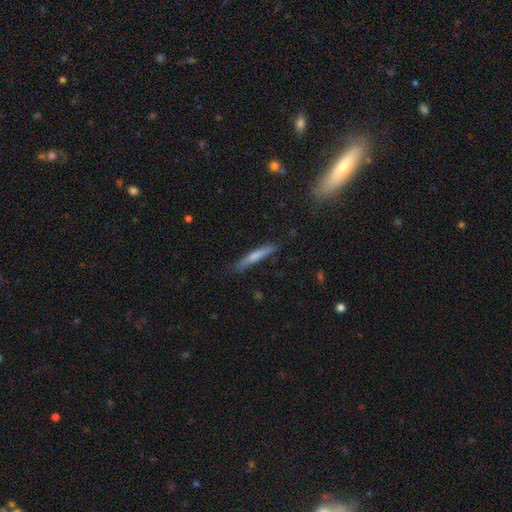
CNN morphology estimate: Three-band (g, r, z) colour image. It shows a smooth galaxy with no disk features (64%) that is cigar-shaped (93%). Merging: none (80%).